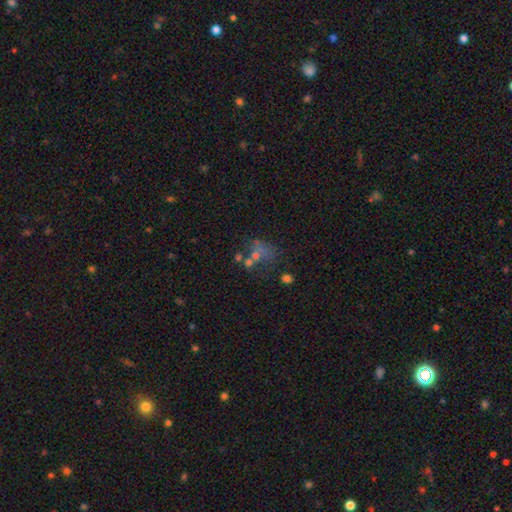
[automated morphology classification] Smooth or featured?
  - smooth: 39% *
  - star or artifact: 38%
  - featured or disk: 23%
Merging?
  - none: 44% *
  - merger: 24%
  - major disturbance: 17%
  - minor disturbance: 15%